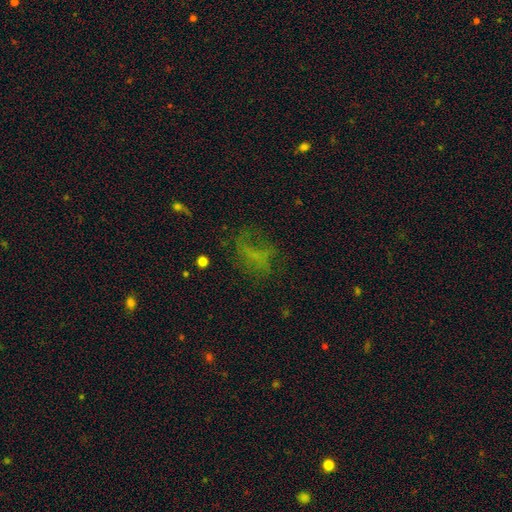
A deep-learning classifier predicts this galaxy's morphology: The model was most divided on "smooth or featured": smooth: 41%, featured or disk: 31%, star or artifact: 28%. Remaining: merging — none (47%).